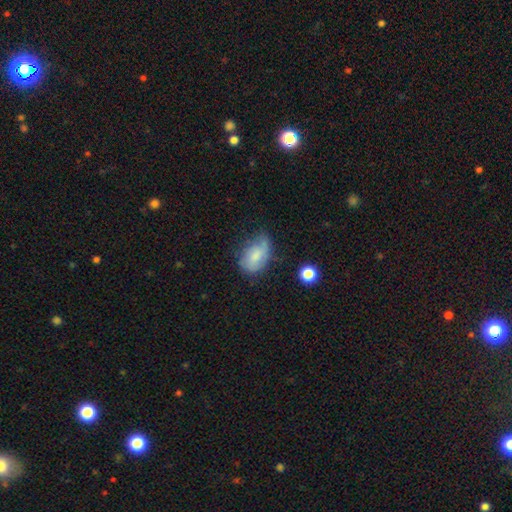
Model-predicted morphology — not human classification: Q: Smooth or featured?
A: smooth (64%); runner-up: featured or disk (28%)
Q: How rounded?
A: in between (87%); runner-up: round (11%)
Q: Merging?
A: minor disturbance (40%); runner-up: none (38%)